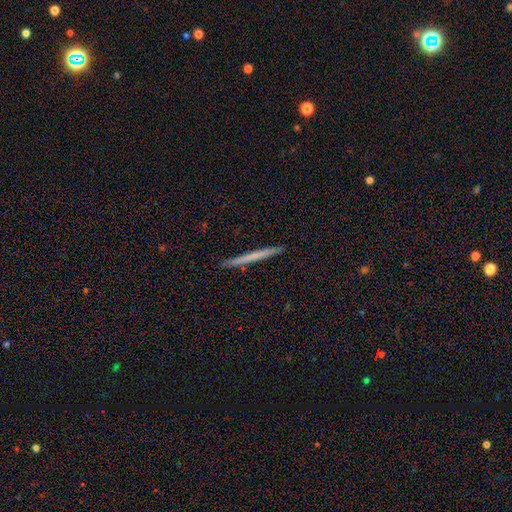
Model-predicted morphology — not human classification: Q: Smooth or featured?
A: smooth (58%); runner-up: featured or disk (37%)
Q: How rounded?
A: cigar-shaped (97%); runner-up: in between (1%)
Q: Merging?
A: none (92%); runner-up: minor disturbance (5%)